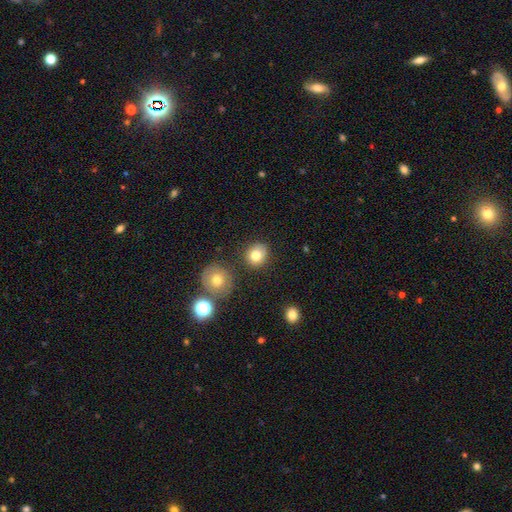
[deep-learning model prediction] Q: Smooth or featured?
A: smooth (79%); runner-up: star or artifact (11%)
Q: How rounded?
A: round (83%); runner-up: in between (16%)
Q: Merging?
A: none (81%); runner-up: minor disturbance (11%)